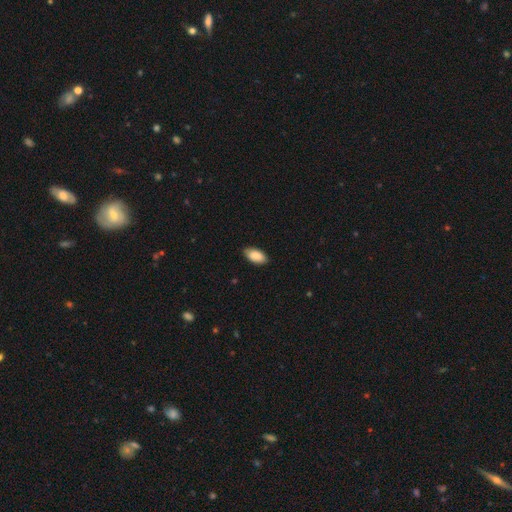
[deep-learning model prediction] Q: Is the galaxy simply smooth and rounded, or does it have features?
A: smooth — 88%.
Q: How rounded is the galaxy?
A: in between — 94%.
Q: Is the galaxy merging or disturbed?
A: none — 85%.